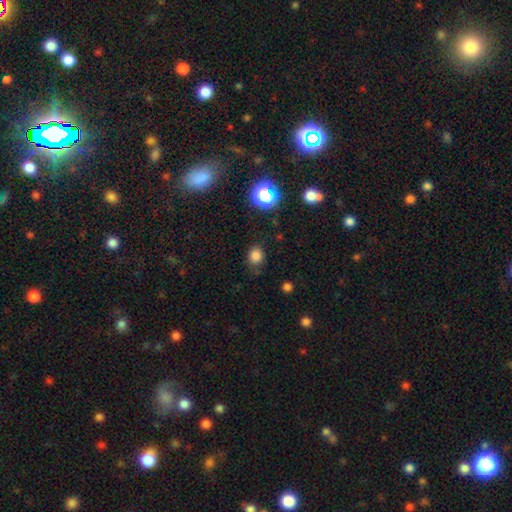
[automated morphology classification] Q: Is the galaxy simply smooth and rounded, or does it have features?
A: smooth — 81%.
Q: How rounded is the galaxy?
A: round — 73%.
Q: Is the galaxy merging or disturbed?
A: none — 77%.